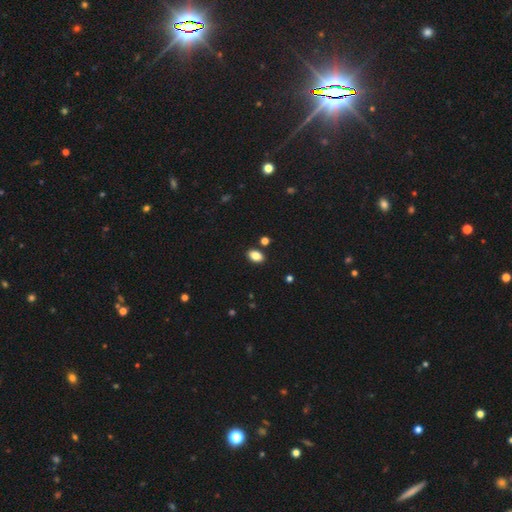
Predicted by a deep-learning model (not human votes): smooth-or-featured: smooth: 85% | star or artifact: 9% | featured or disk: 5%
  how-rounded: in between: 87% | round: 12% | cigar-shaped: 1%
  merging: none: 86% | minor disturbance: 8% | merger: 3% | major disturbance: 2%